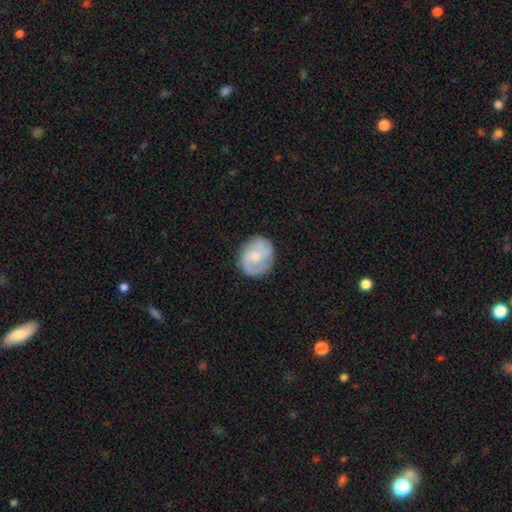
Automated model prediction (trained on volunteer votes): Morphology: type=featured or disk (60%); edge-on=no (98%); bar=no (60%); spiral arms=yes (91%); winding=medium (46%); arm count=2 (57%); bulge=small (44%); merging=none (80%).